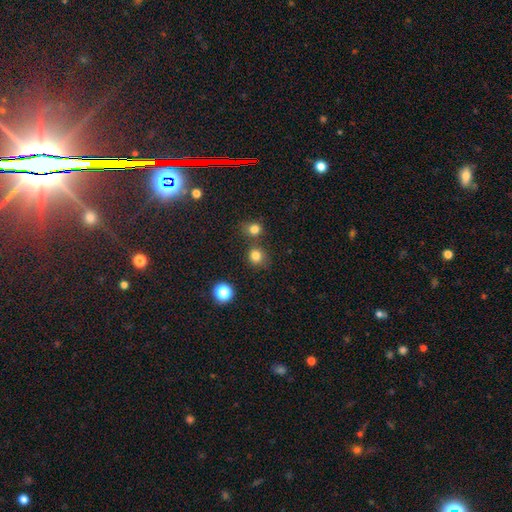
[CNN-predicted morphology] smooth_or_featured: smooth (p=0.80) [alt: star or artifact p=0.15]
how_rounded: round (p=0.85) [alt: in between p=0.14]
merging: none (p=0.70) [alt: merger p=0.16]